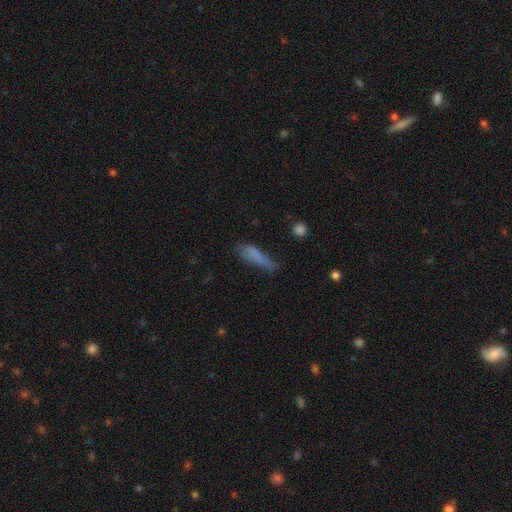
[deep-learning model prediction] The model was most divided on "merging": none: 43%, minor disturbance: 33%, major disturbance: 19%, merger: 4%. More confident: smooth or featured — smooth (71%); how rounded — cigar-shaped (68%).